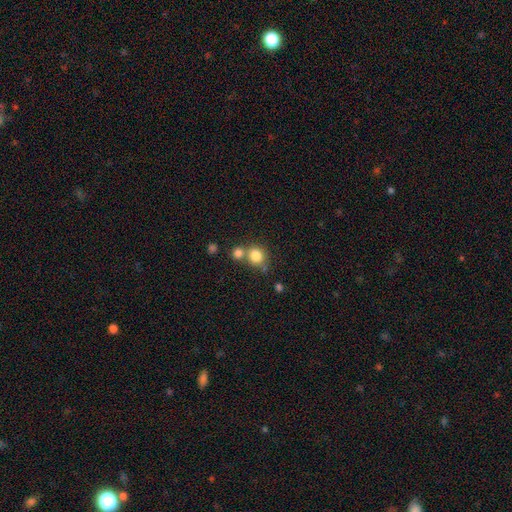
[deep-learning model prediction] Smooth or featured? Predicted: smooth (p=0.82). How rounded? Predicted: round (p=0.83). Merging? Predicted: none (p=0.53).